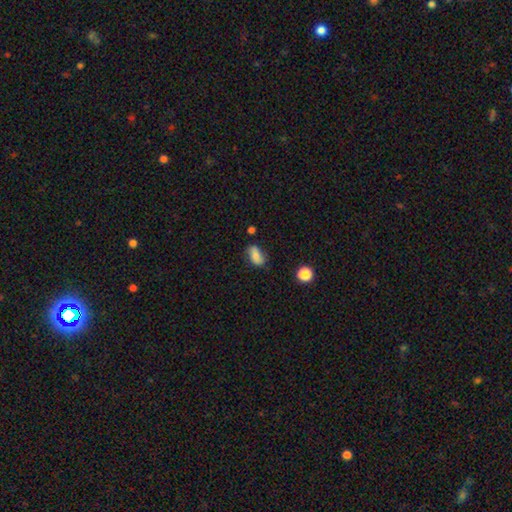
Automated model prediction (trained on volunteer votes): Smooth or featured?
  - smooth: 74% *
  - featured or disk: 16%
  - star or artifact: 10%
How rounded?
  - in between: 88% *
  - round: 8%
  - cigar-shaped: 5%
Merging?
  - none: 67% *
  - minor disturbance: 24%
  - major disturbance: 6%
  - merger: 3%